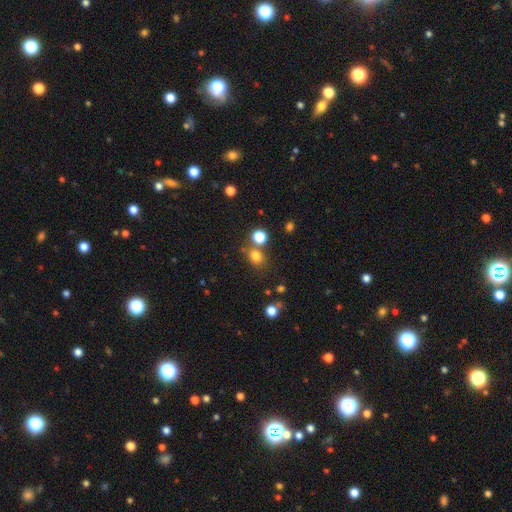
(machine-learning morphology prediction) Smooth or featured: smooth — 76% (star or artifact — 17%)
How rounded: round — 68% (in between — 31%)
Merging: none — 67% (merger — 18%)